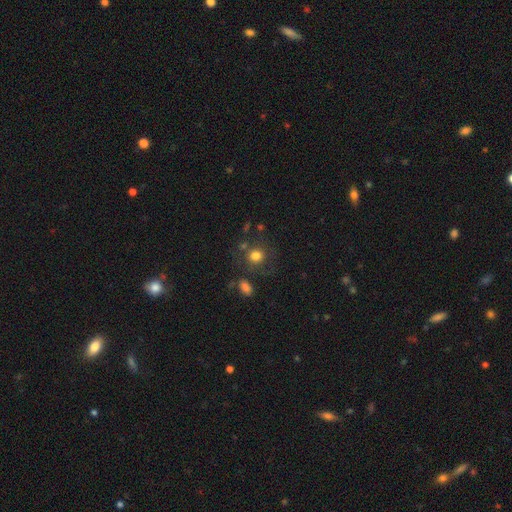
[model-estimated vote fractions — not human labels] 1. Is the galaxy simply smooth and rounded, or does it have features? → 77% smooth, 12% star or artifact, 11% featured or disk.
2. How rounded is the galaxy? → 81% round, 18% in between, 1% cigar-shaped.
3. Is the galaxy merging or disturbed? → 68% none, 15% minor disturbance, 9% major disturbance, 8% merger.